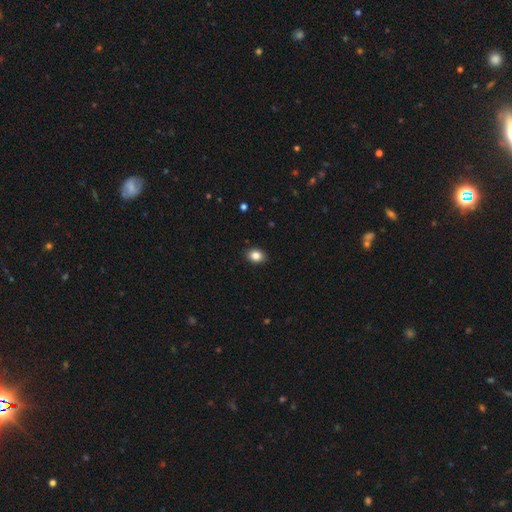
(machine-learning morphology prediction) Smooth or featured: smooth — 85% (star or artifact — 10%)
How rounded: in between — 56% (round — 43%)
Merging: none — 90% (minor disturbance — 7%)